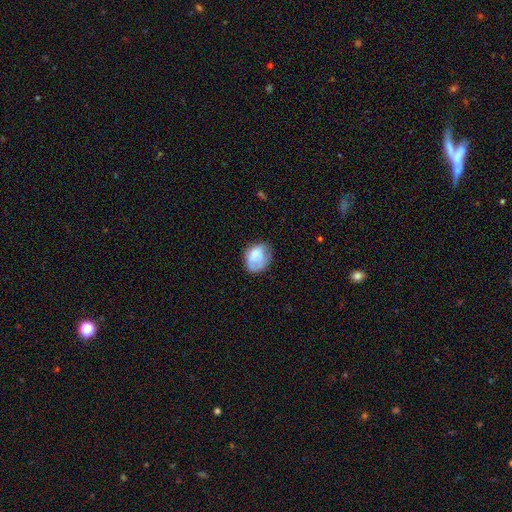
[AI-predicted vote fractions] This appears to be a smooth galaxy with no disk features (67%) that is in between round and cigar-shaped (61%). Merging: none (49%).